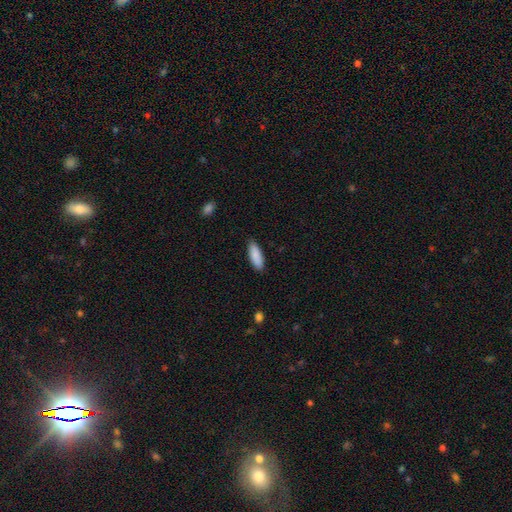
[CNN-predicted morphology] Q: Smooth or featured?
A: smooth (89%); runner-up: star or artifact (6%)
Q: How rounded?
A: in between (65%); runner-up: cigar-shaped (33%)
Q: Merging?
A: none (87%); runner-up: minor disturbance (10%)